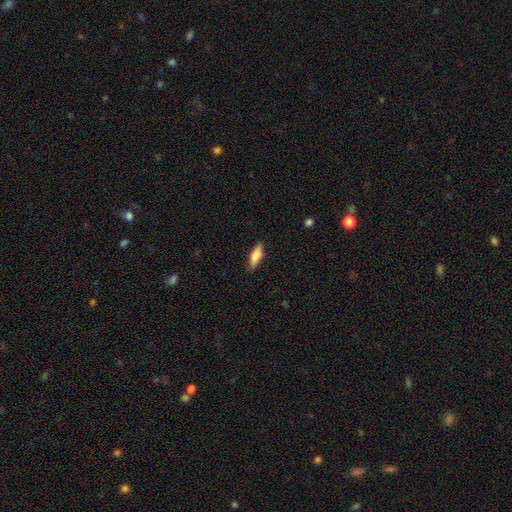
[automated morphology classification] Smooth or featured? Predicted: smooth (p=0.80). How rounded? Predicted: in between (p=0.55). Merging? Predicted: none (p=0.82).